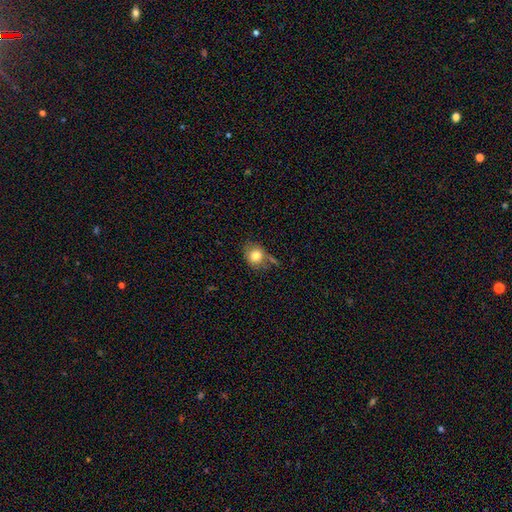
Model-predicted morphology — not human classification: smooth-or-featured: smooth: 80% | featured or disk: 11% | star or artifact: 9%
  how-rounded: round: 67% | in between: 32% | cigar-shaped: 1%
  merging: none: 56% | minor disturbance: 25% | major disturbance: 10% | merger: 10%